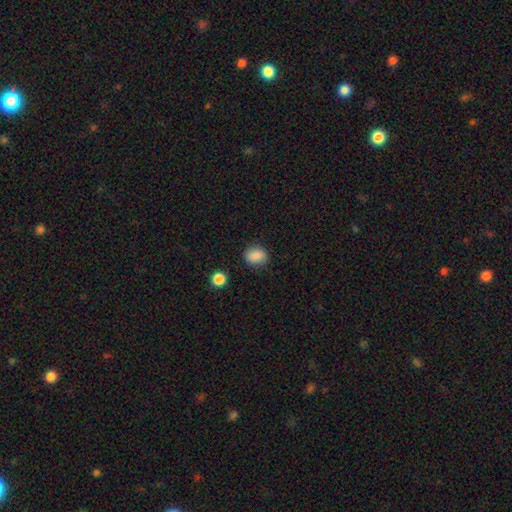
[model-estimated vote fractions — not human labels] smooth-or-featured: smooth: 87% | star or artifact: 9% | featured or disk: 4%
  how-rounded: round: 56% | in between: 43% | cigar-shaped: 1%
  merging: none: 86% | minor disturbance: 10% | major disturbance: 3% | merger: 2%